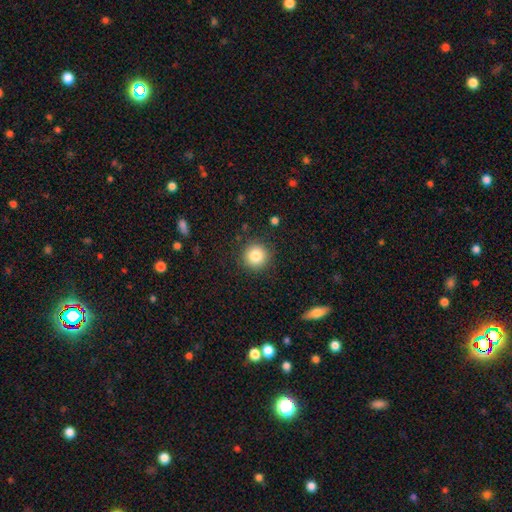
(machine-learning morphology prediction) Overall: smooth (83%). How rounded: round (94%). Merging: none (90%).